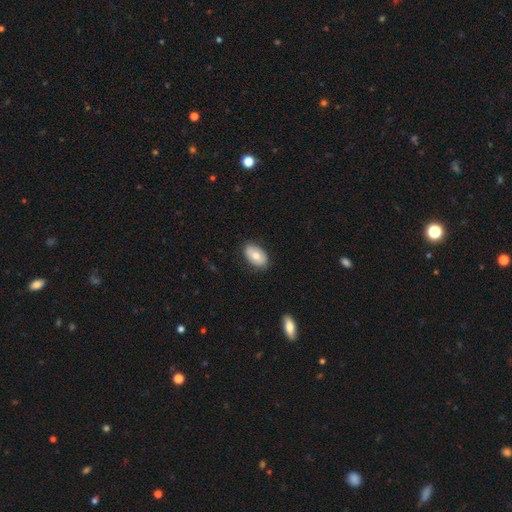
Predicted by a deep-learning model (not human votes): A smooth galaxy with no disk features (71%) that is in between round and cigar-shaped (92%). Merging: none (84%).